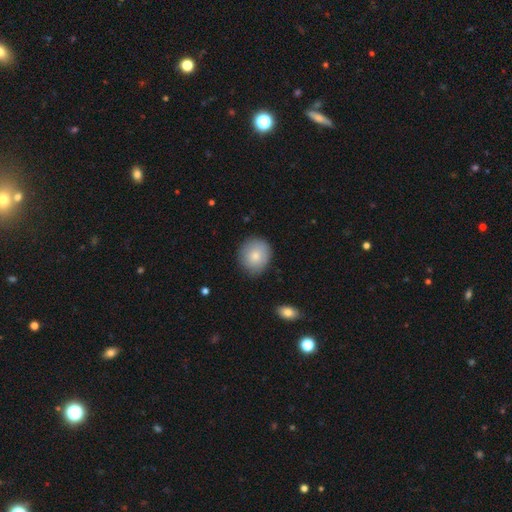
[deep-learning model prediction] Overall: smooth (78%). How rounded: round (82%). Merging: none (82%).